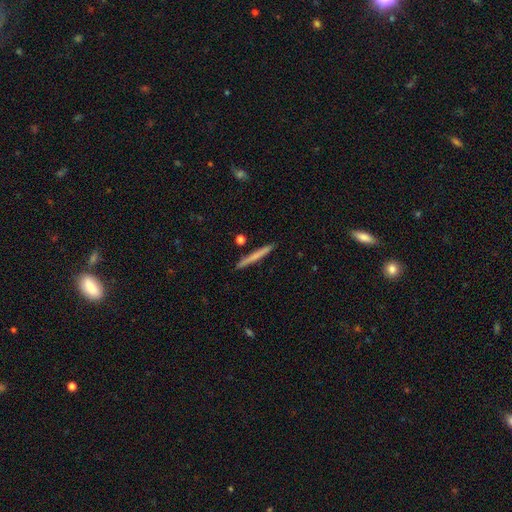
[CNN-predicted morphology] Smooth or featured?
  - smooth: 63% *
  - featured or disk: 32%
  - star or artifact: 6%
How rounded?
  - cigar-shaped: 97% *
  - in between: 2%
  - round: 1%
Merging?
  - none: 91% *
  - minor disturbance: 6%
  - merger: 2%
  - major disturbance: 1%